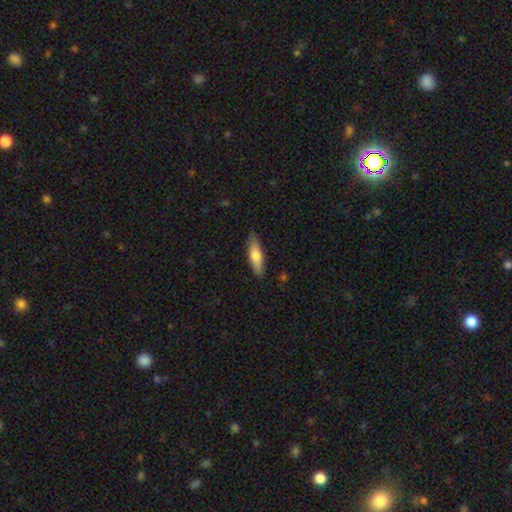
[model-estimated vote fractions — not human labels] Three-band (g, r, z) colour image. It shows a smooth galaxy with no disk features (66%) that is cigar-shaped (57%). Merging: none (84%).